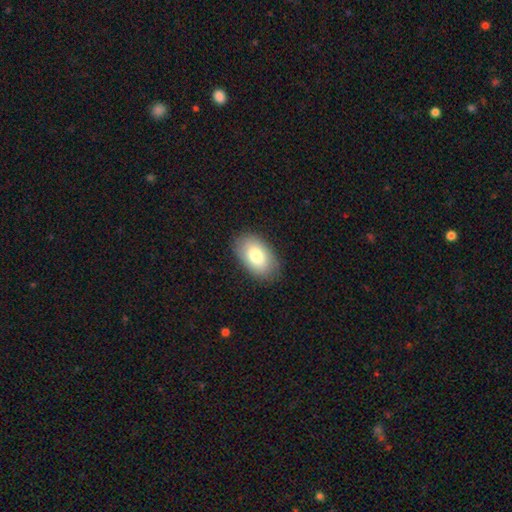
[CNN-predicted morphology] Smooth or featured? Predicted: smooth (p=0.80). How rounded? Predicted: in between (p=0.93). Merging? Predicted: none (p=0.85).